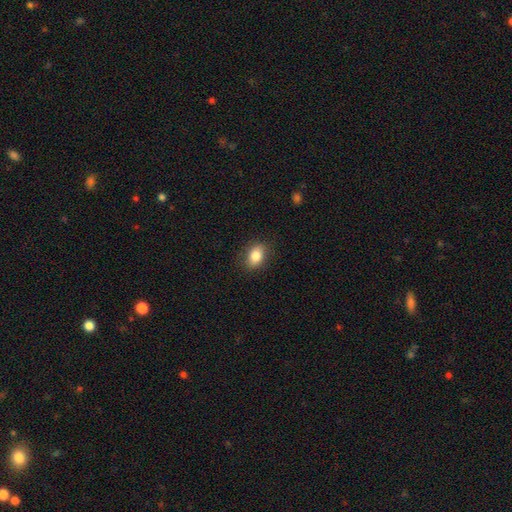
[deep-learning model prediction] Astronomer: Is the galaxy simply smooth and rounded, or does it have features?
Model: smooth — 83%.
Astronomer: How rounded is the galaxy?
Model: in between — 79%.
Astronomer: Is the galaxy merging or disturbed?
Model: none — 86%.